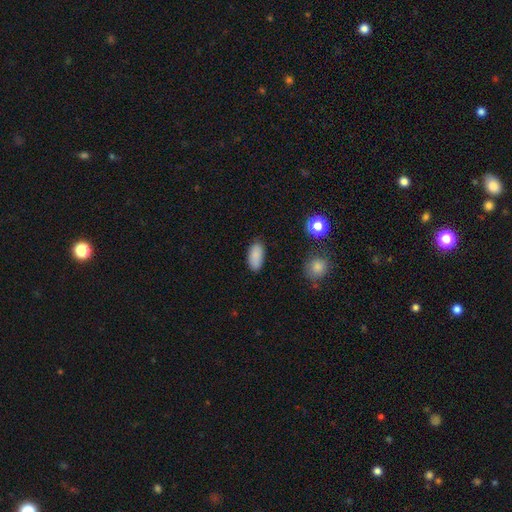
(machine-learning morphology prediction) Q: Smooth or featured?
A: smooth (86%); runner-up: star or artifact (8%)
Q: How rounded?
A: in between (92%); runner-up: cigar-shaped (5%)
Q: Merging?
A: none (82%); runner-up: minor disturbance (13%)